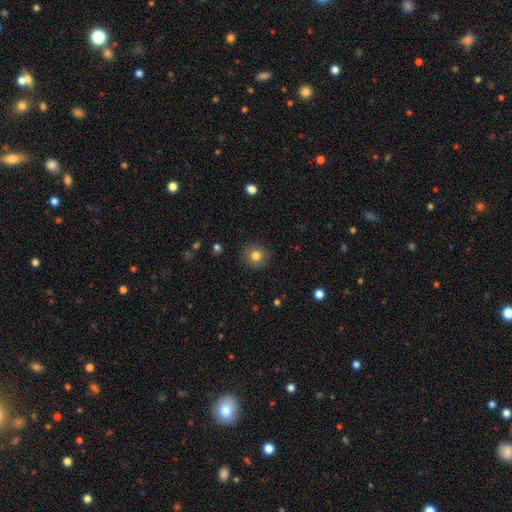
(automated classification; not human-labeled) Q: Smooth or featured?
A: smooth (80%); runner-up: star or artifact (11%)
Q: How rounded?
A: round (92%); runner-up: in between (7%)
Q: Merging?
A: none (91%); runner-up: minor disturbance (6%)